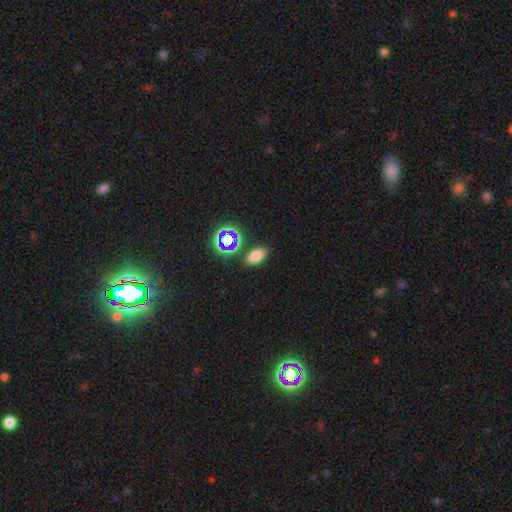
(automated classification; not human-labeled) Smooth or featured? smooth (71%)
How rounded? in between (88%)
Merging? none (81%)